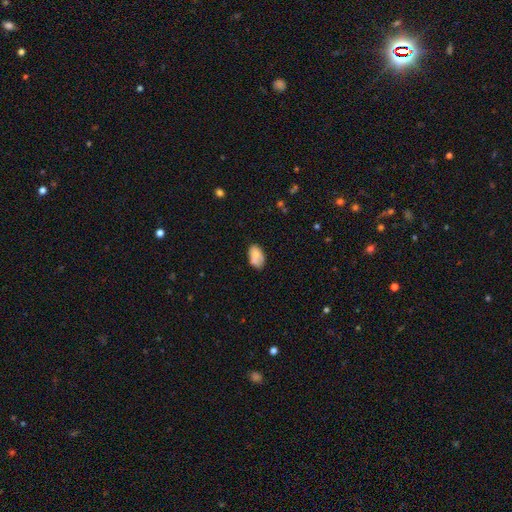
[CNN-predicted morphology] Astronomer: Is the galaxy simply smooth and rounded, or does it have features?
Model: smooth — 68%.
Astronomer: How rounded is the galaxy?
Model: in between — 92%.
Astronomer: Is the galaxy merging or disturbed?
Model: none — 53%.